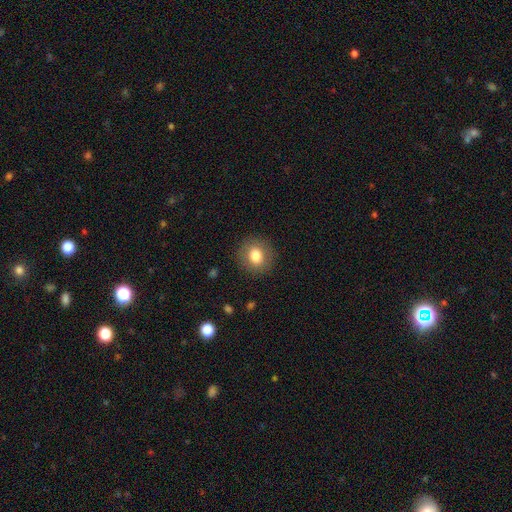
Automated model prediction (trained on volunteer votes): smooth 79%, featured or disk 12%, star or artifact 9%. Down the decision tree: how rounded — round (81%); merging — none (89%).